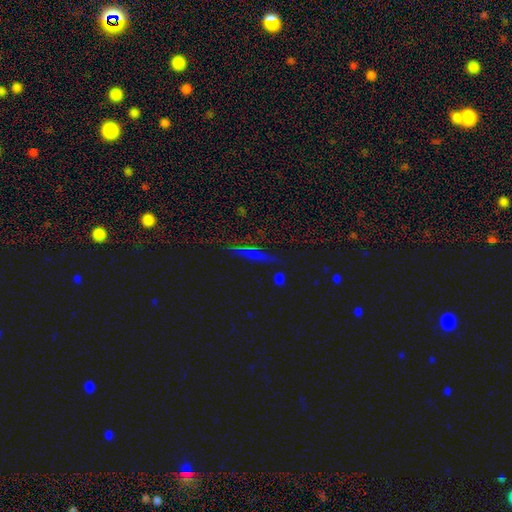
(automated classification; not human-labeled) This appears to be a star or artifact, not a galaxy (55%).